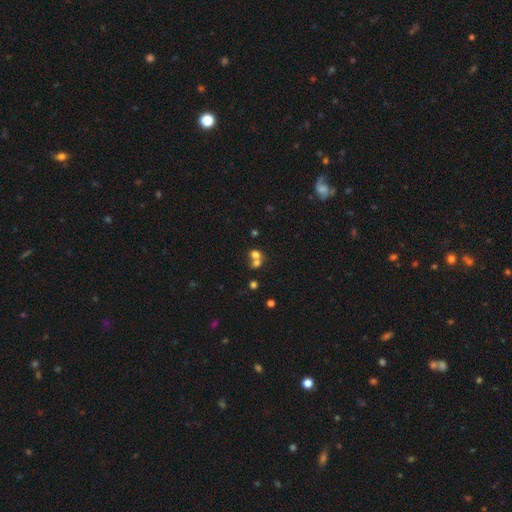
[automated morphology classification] A smooth galaxy with no disk features (67%) that is round (65%). Merging: merger (58%).